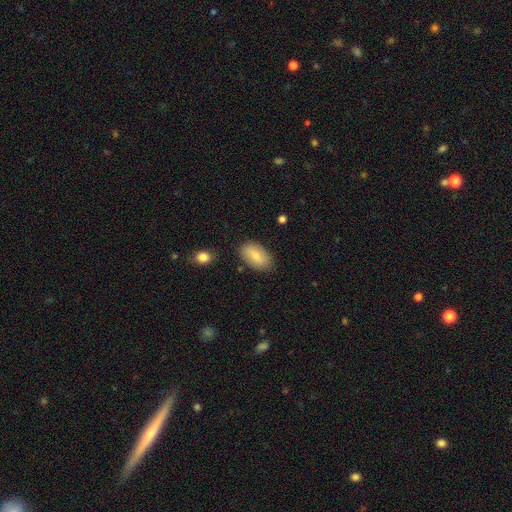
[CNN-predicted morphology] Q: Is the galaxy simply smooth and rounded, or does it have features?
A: smooth — 76%.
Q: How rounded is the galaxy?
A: in between — 93%.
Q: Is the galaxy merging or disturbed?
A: none — 82%.